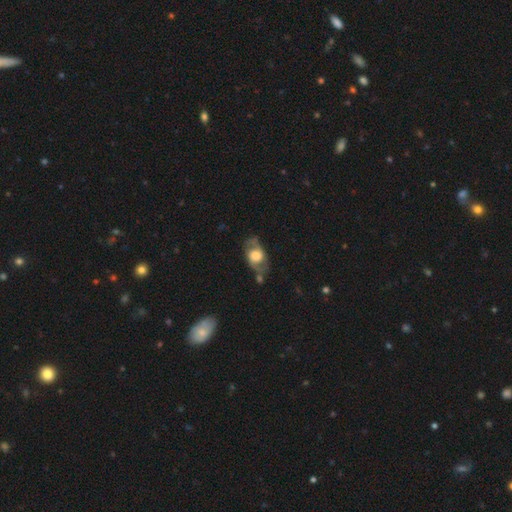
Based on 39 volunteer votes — A featured or disk galaxy (64%) with no bar (75%), 2 (100%) medium (50%) spiral arms (67%) and a large central bulge (58%). Merging: none (50%).